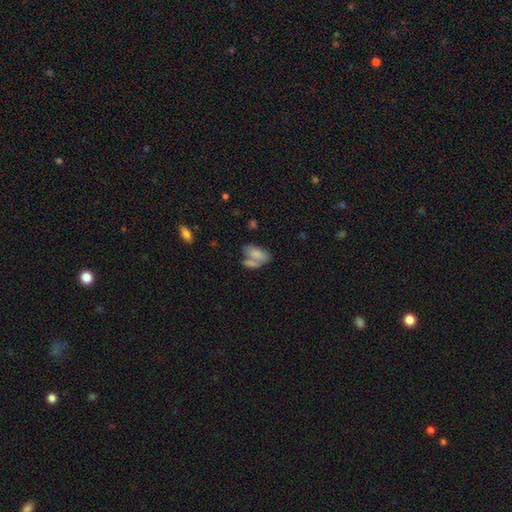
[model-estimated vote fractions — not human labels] Overall: smooth (76%). How rounded: in between (89%). Merging: merger (46%; none 33%).